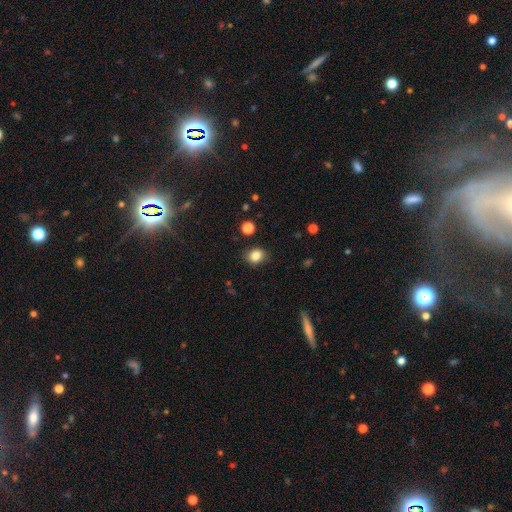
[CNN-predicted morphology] smooth_or_featured: smooth (p=0.84) [alt: star or artifact p=0.11]
how_rounded: round (p=0.62) [alt: in between p=0.37]
merging: none (p=0.85) [alt: minor disturbance p=0.11]